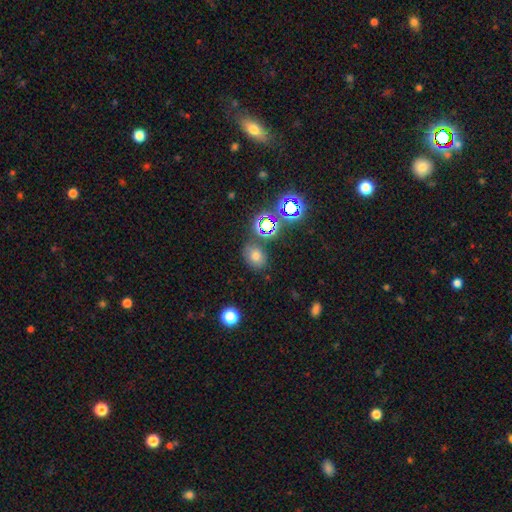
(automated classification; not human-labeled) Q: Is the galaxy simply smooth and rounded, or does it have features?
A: smooth — 65%.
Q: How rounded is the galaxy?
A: in between — 56%.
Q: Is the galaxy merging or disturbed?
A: none — 77%.